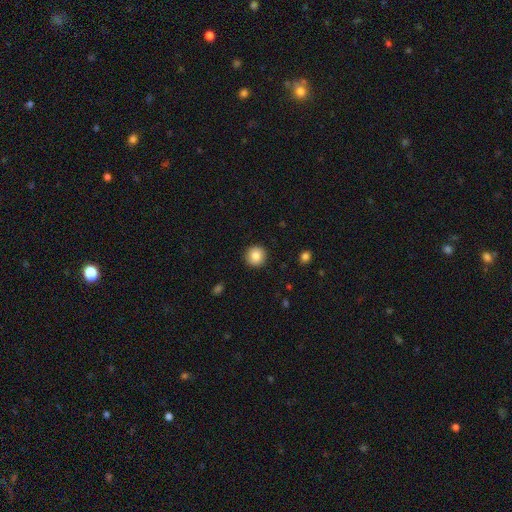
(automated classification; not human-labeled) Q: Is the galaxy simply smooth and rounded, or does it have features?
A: smooth — 85%.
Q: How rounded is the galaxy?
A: round — 94%.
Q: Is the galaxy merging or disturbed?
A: none — 92%.